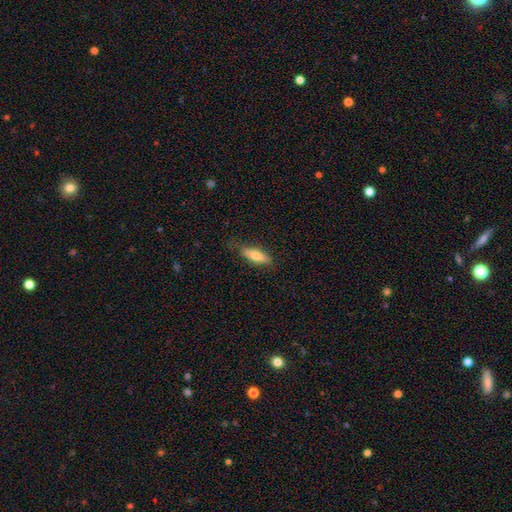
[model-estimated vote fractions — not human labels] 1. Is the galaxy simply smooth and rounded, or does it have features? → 73% smooth, 21% featured or disk, 6% star or artifact.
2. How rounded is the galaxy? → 55% cigar-shaped, 43% in between, 2% round.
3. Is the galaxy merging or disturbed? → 79% none, 17% minor disturbance, 3% major disturbance, 1% merger.